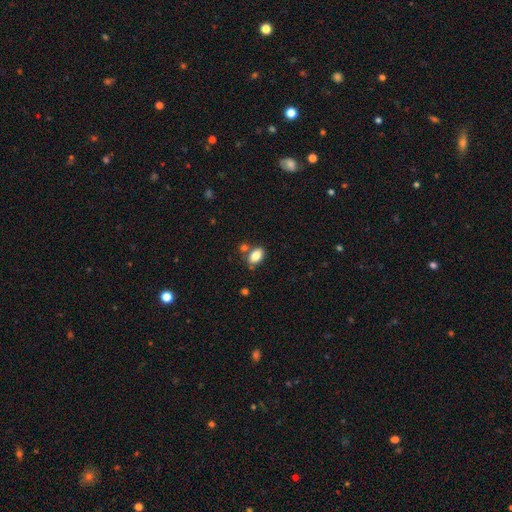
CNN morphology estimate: Smooth or featured? Predicted: smooth (p=0.83). How rounded? Predicted: in between (p=0.87). Merging? Predicted: none (p=0.69).